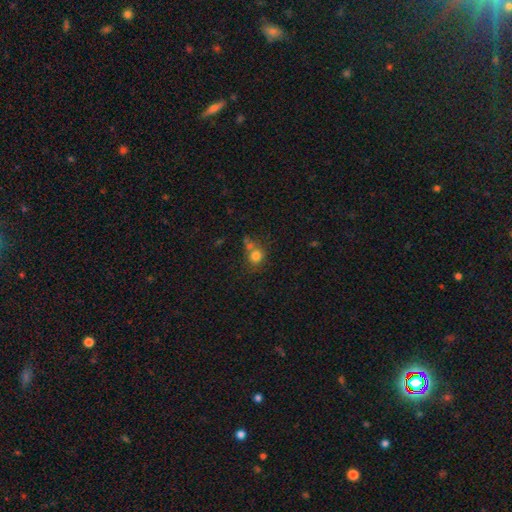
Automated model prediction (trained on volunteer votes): Smooth or featured: smooth — 78% (star or artifact — 12%)
How rounded: round — 72% (in between — 27%)
Merging: none — 49% (merger — 27%)